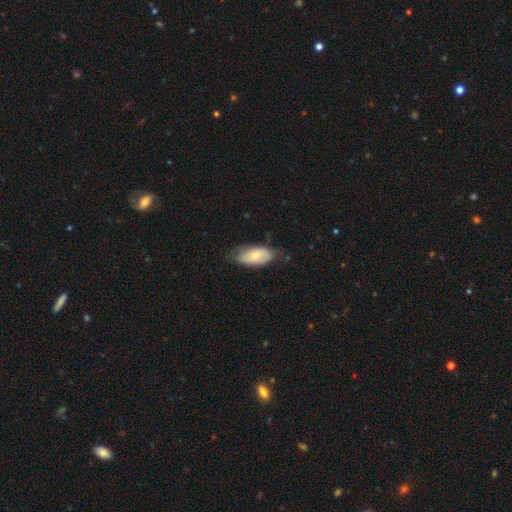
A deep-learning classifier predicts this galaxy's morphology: A smooth galaxy with no disk features (67%) that is in between round and cigar-shaped (92%). Merging: none (61%).